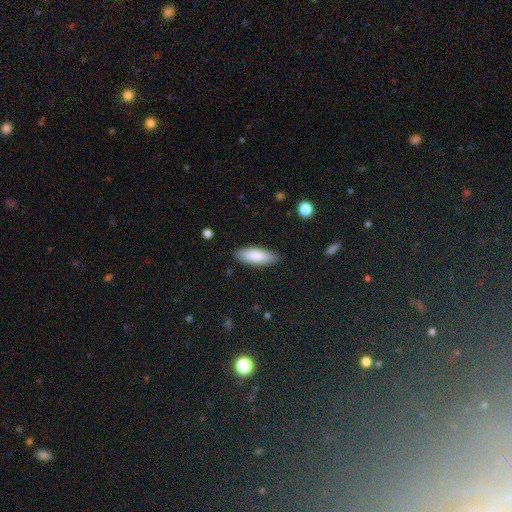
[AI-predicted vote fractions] A smooth galaxy with no disk features (86%) that is in between round and cigar-shaped (64%).

Vote fractions:
- Smooth or featured? smooth: 86% / featured or disk: 9% / star or artifact: 5%
- How rounded? in between: 64% / cigar-shaped: 34% / round: 2%
- Merging? none: 86% / minor disturbance: 10% / major disturbance: 2% / merger: 1%